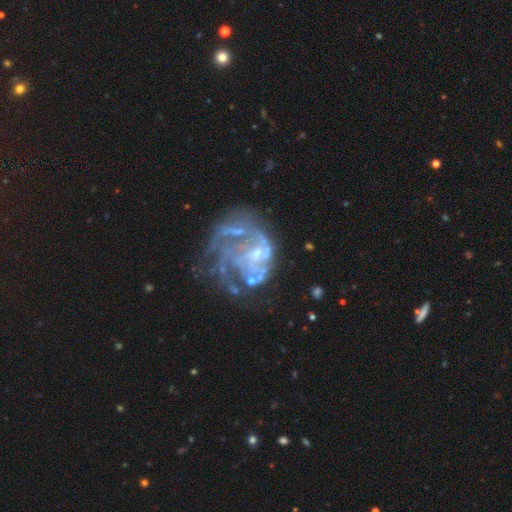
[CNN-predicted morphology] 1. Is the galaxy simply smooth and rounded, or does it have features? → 81% featured or disk, 10% star or artifact, 9% smooth.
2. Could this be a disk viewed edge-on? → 98% no, 2% yes.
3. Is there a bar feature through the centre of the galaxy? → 68% no, 26% weak, 6% strong.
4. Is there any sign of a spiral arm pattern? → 75% yes, 25% no.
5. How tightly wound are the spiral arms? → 39% medium, 36% tight, 25% loose.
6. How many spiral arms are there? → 40% can't tell, 19% 3, 13% 2, 13% 4, 8% 1, 7% more than 4.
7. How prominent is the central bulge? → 44% small, 29% none, 24% moderate, 2% large, 1% dominant.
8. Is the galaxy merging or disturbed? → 39% major disturbance, 34% none, 18% minor disturbance, 10% merger.